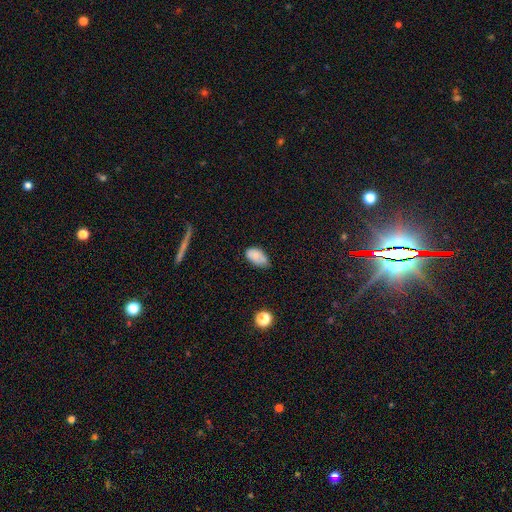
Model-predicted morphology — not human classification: smooth-or-featured: smooth: 76% | featured or disk: 15% | star or artifact: 8%
  how-rounded: in between: 92% | round: 6% | cigar-shaped: 2%
  merging: none: 51% | minor disturbance: 39% | major disturbance: 7% | merger: 3%